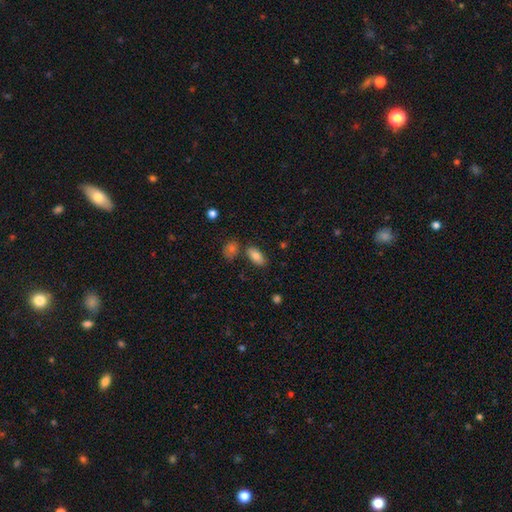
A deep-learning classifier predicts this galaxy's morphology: Smooth or featured: smooth — 82% (featured or disk — 10%)
How rounded: in between — 90% (cigar-shaped — 6%)
Merging: none — 74% (minor disturbance — 12%)